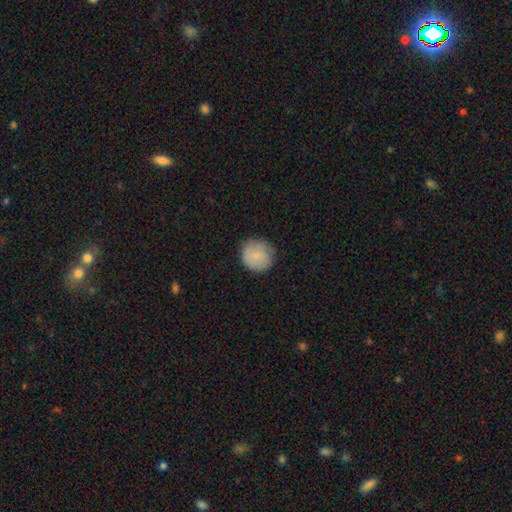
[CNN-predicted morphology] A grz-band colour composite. It shows a smooth galaxy with no disk features (83%) that is round (92%). Merging: none (81%).